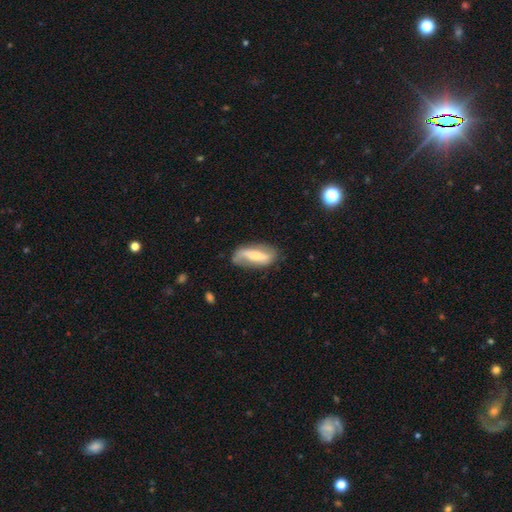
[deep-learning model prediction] featured or disk 62%, smooth 32%, star or artifact 6%. Down the decision tree: edge-on disk — no (83%); bar — strong (54%); spiral arms — yes (79%); bulge size — moderate (42%); merging — none (67%).